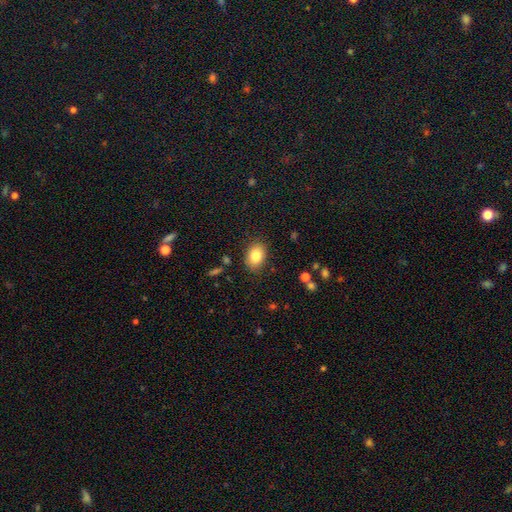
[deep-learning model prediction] Smooth or featured? Predicted: smooth (p=0.83). How rounded? Predicted: in between (p=0.76). Merging? Predicted: none (p=0.85).